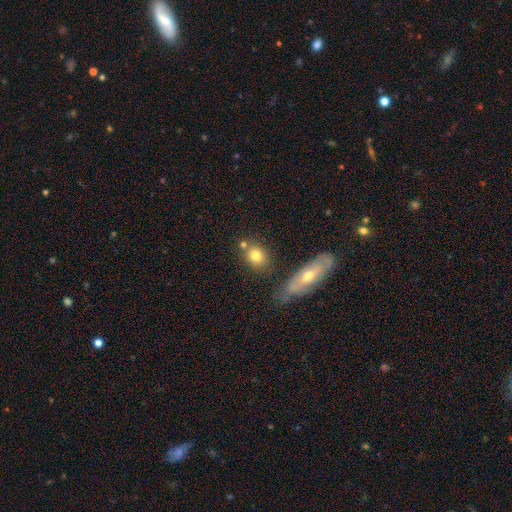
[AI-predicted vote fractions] Smooth or featured?
  - smooth: 74% *
  - featured or disk: 16%
  - star or artifact: 10%
How rounded?
  - round: 57% *
  - in between: 40%
  - cigar-shaped: 4%
Merging?
  - none: 65% *
  - merger: 18%
  - minor disturbance: 13%
  - major disturbance: 4%